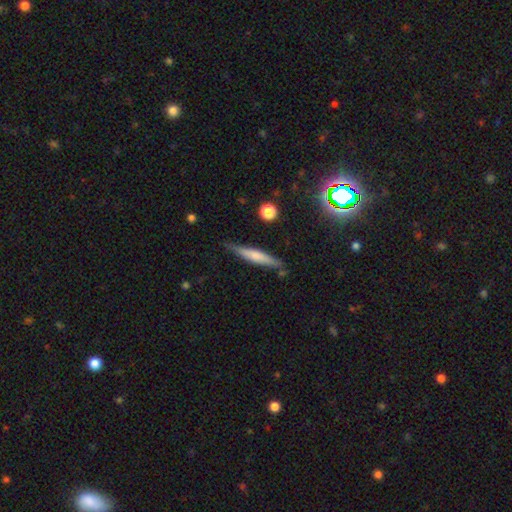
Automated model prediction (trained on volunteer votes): Morphology: type=smooth (50%); roundness=cigar-shaped (90%); merging=none (81%).